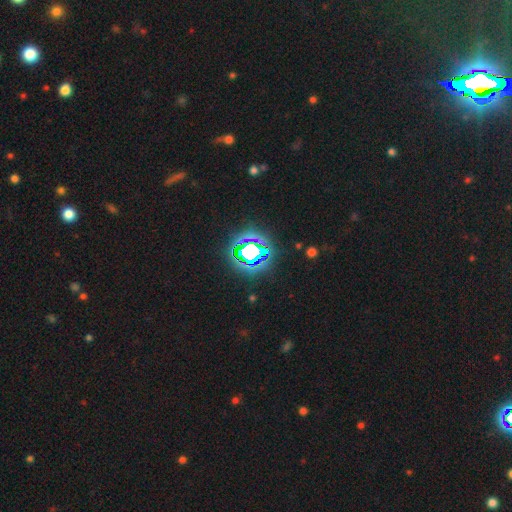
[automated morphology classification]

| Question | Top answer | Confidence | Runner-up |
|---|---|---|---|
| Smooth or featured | star or artifact | 64% | smooth (19%) |